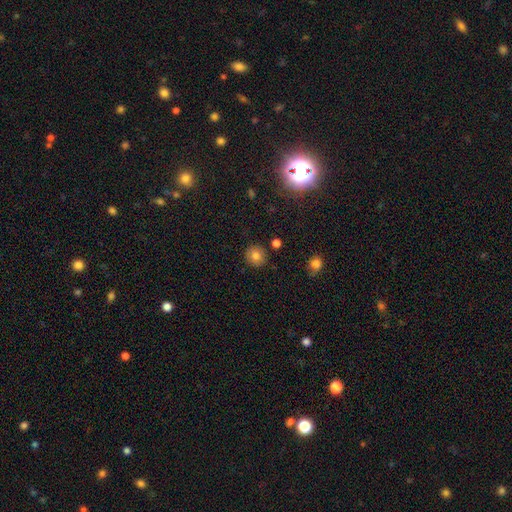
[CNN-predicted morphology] Smooth or featured? Predicted: smooth (p=0.81). How rounded? Predicted: round (p=0.91). Merging? Predicted: none (p=0.88).